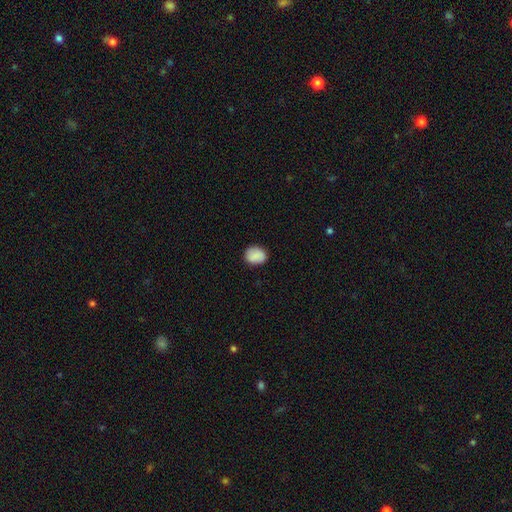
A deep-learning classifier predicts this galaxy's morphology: Overall: smooth (88%). How rounded: round (51%; in between 48%). Merging: none (85%).